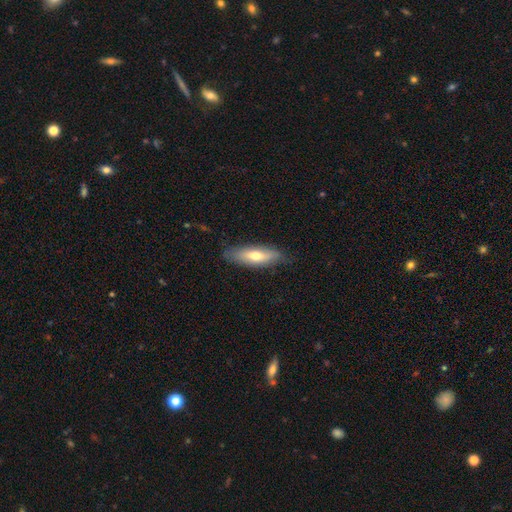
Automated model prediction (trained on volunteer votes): This appears to be a smooth galaxy with no disk features (61%) that is in between round and cigar-shaped (55%). Merging: none (79%).